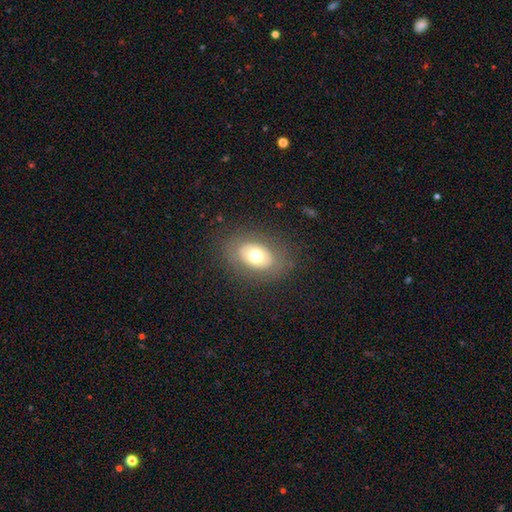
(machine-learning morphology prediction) This is possibly a smooth galaxy (60%). How rounded: likely in between (76%). Merging: clearly none (82%).